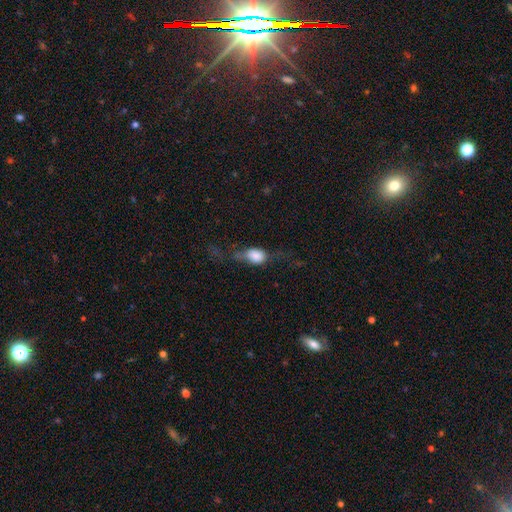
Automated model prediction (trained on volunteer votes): smooth 61%, featured or disk 29%, star or artifact 10%. Down the decision tree: how rounded — in between (70%); merging — major disturbance (38%).